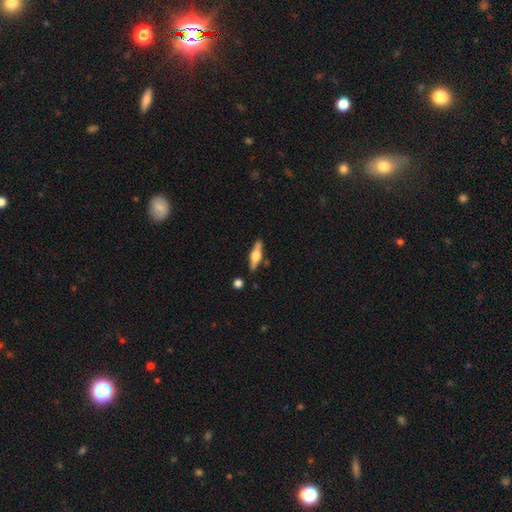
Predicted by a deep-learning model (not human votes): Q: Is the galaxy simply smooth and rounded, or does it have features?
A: featured or disk — 62%.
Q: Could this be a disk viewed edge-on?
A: yes — 95%.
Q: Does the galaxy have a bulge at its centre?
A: rounded — 89%.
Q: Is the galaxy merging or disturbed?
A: none — 83%.